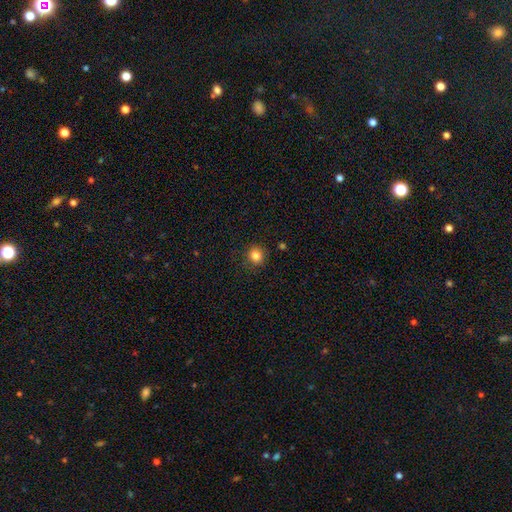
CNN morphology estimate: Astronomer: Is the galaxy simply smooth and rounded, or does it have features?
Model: smooth — 84%.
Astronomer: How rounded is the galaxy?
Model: round — 83%.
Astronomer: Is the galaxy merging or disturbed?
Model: none — 87%.